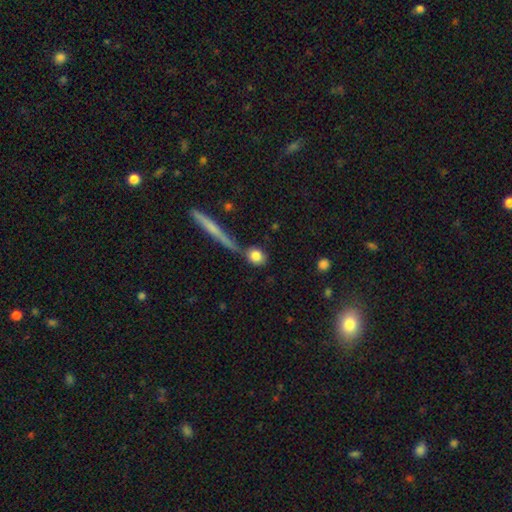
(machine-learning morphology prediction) A smooth galaxy with no disk features (81%) that is round (73%). Merging: none (70%).